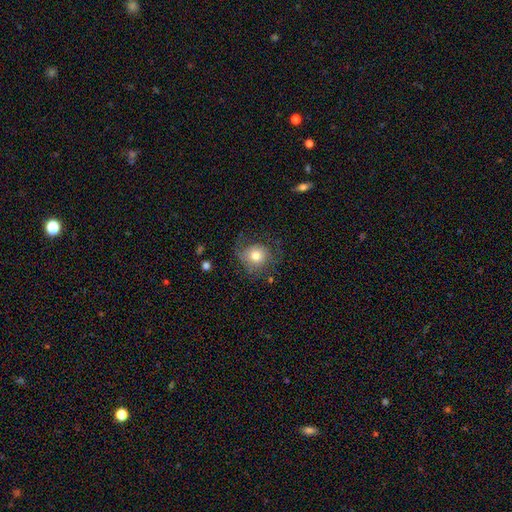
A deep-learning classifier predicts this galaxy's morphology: Smooth or featured: smooth — 65% (featured or disk — 26%)
How rounded: round — 83% (in between — 16%)
Merging: none — 55% (minor disturbance — 22%)